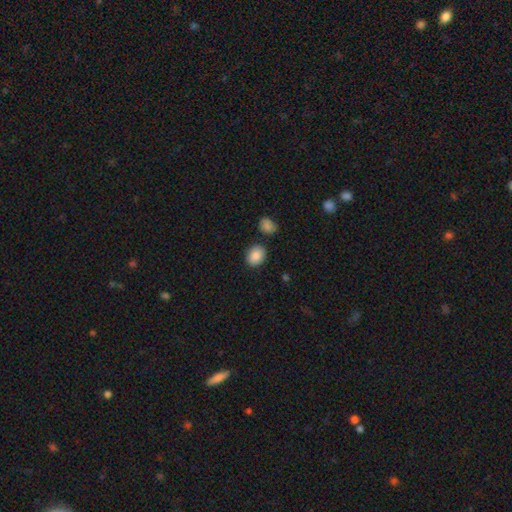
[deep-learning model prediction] This appears to be a smooth galaxy with no disk features (88%) that is in between round and cigar-shaped (55%). Merging: none (82%).